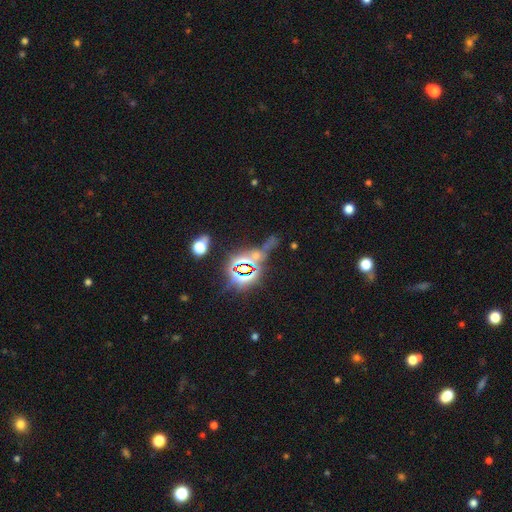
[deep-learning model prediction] The model was most divided on "smooth or featured": star or artifact: 68%, smooth: 22%, featured or disk: 11%.